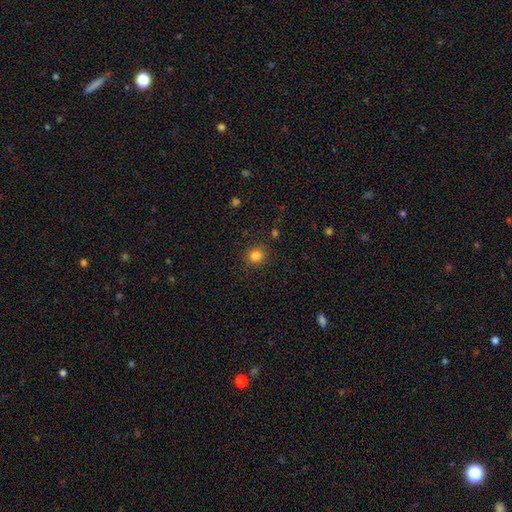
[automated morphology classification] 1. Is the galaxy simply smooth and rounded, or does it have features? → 83% smooth, 12% star or artifact, 5% featured or disk.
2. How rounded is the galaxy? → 87% round, 12% in between, 1% cigar-shaped.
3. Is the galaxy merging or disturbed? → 89% none, 7% minor disturbance, 3% major disturbance, 2% merger.